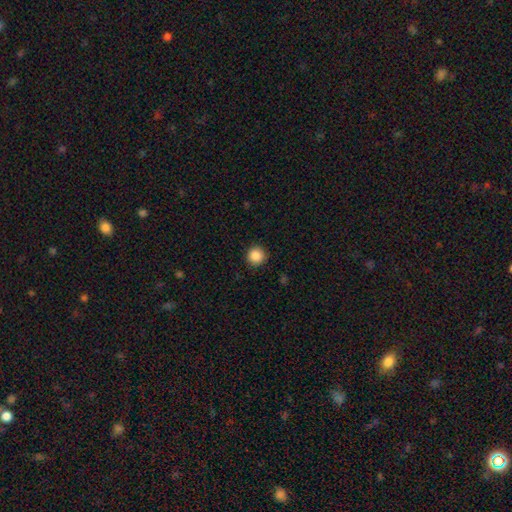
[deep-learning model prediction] smooth-or-featured: smooth: 88% | star or artifact: 9% | featured or disk: 3%
  how-rounded: round: 95% | in between: 4% | cigar-shaped: 1%
  merging: none: 91% | minor disturbance: 6% | major disturbance: 2% | merger: 1%